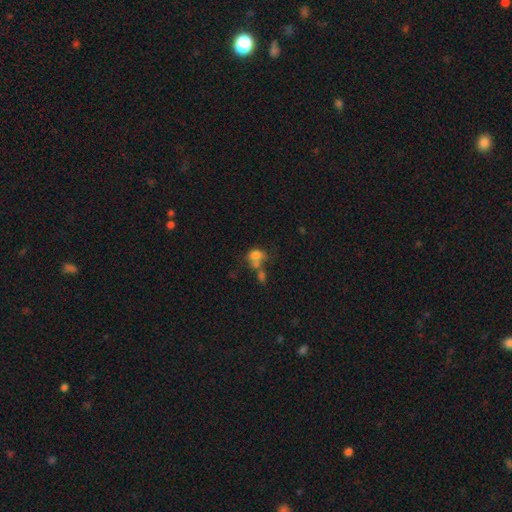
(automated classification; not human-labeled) Smooth or featured? smooth (71%)
How rounded? in between (62%)
Merging? merger (47%)